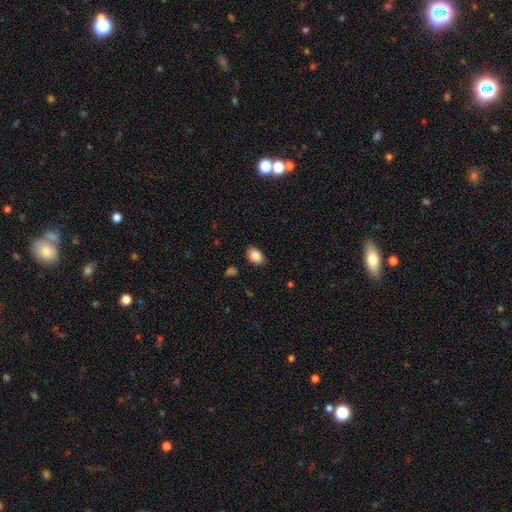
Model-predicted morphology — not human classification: Smooth or featured: smooth — 87% (star or artifact — 8%)
How rounded: in between — 79% (round — 19%)
Merging: none — 83% (minor disturbance — 13%)